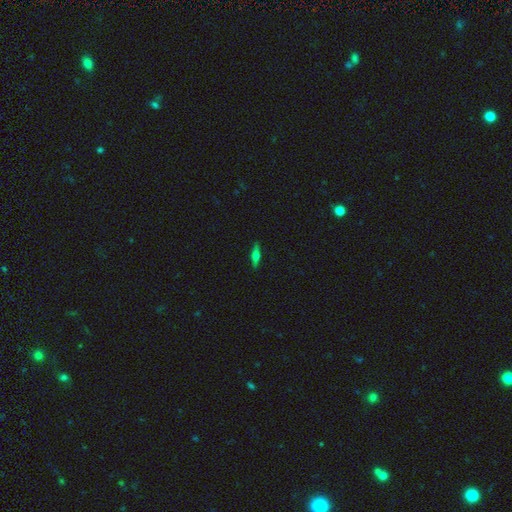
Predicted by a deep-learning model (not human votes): Overall: featured or disk (60%; smooth 33%). Edge-on disk: yes (96%). Edge-on bulge: rounded (91%). Merging: none (90%).